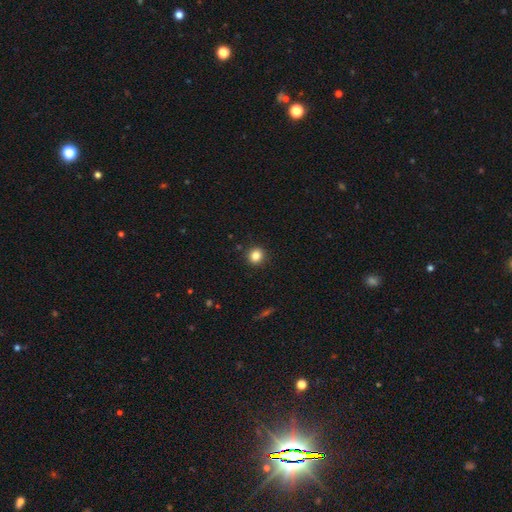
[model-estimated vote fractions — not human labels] Overall: smooth (85%). How rounded: round (88%). Merging: none (91%).